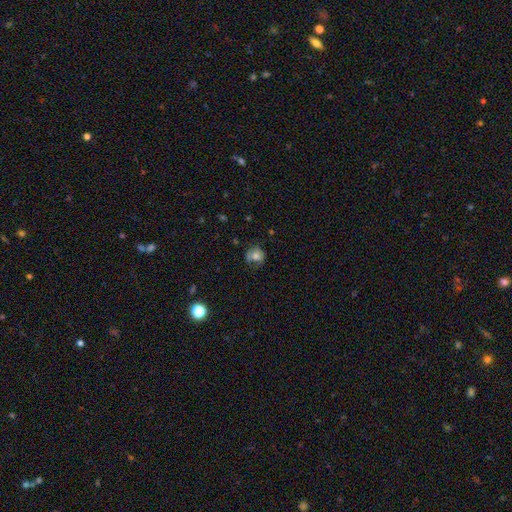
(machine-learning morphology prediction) Overall: smooth (69%). How rounded: round (69%; in between 30%). Merging: none (51%; minor disturbance 30%).